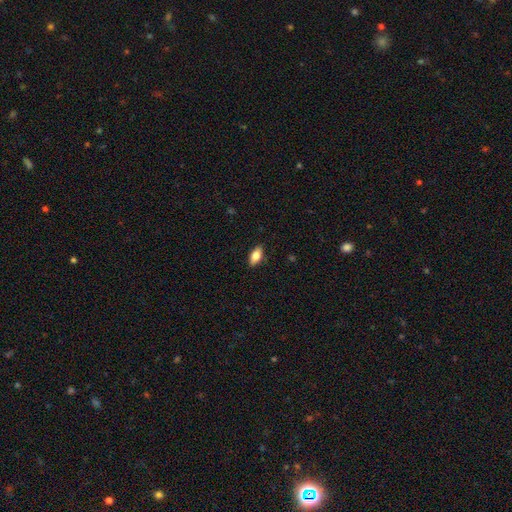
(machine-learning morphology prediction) type=smooth (81%); roundness=in between (88%); merging=none (88%).